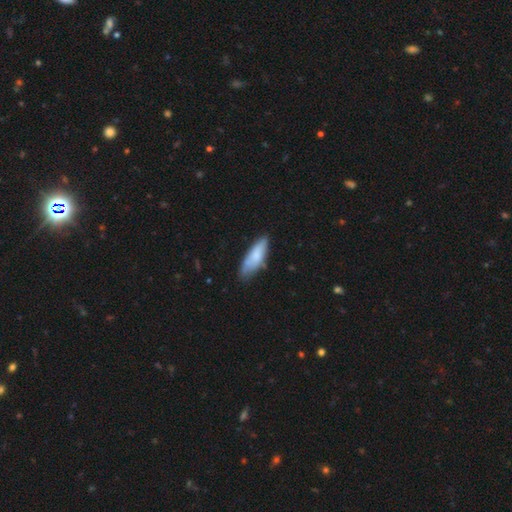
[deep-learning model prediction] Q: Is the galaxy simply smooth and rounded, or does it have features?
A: smooth — 75%.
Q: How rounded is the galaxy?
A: in between — 59%.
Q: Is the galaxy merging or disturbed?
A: none — 67%.